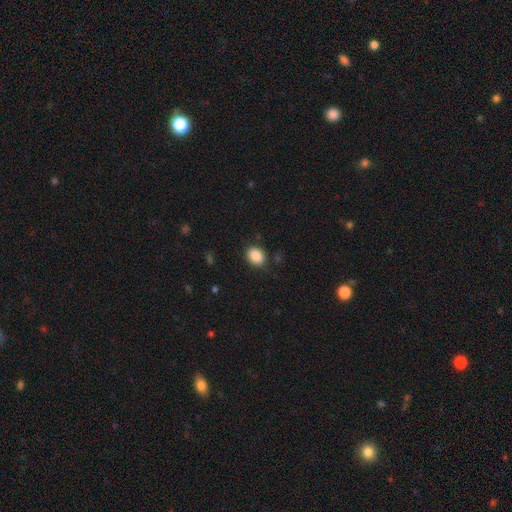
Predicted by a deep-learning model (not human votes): This is clearly a smooth galaxy (88%). How rounded: possibly in between (56%). Merging: clearly none (85%).